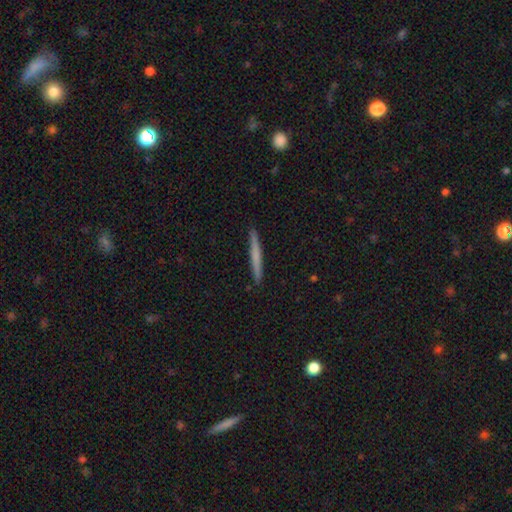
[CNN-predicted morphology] Smooth or featured? smooth (61%)
How rounded? cigar-shaped (97%)
Merging? none (92%)